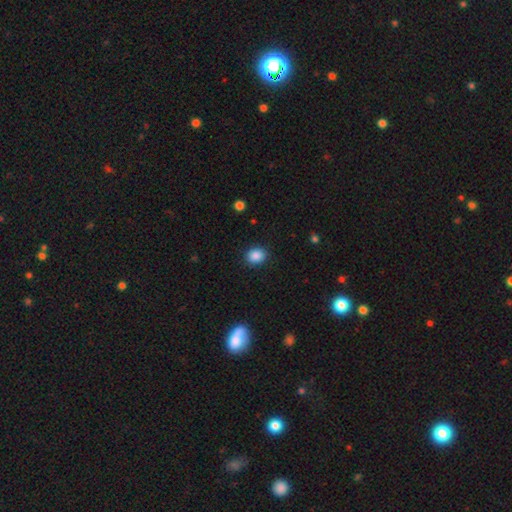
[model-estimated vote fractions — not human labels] smooth_or_featured: smooth (p=0.87) [alt: star or artifact p=0.09]
how_rounded: round (p=0.58) [alt: in between p=0.42]
merging: none (p=0.88) [alt: minor disturbance p=0.08]